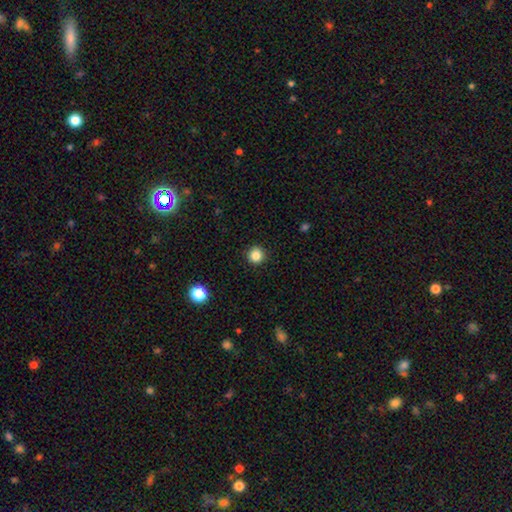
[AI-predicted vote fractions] A smooth galaxy with no disk features (85%) that is round (95%). Merging: none (92%).